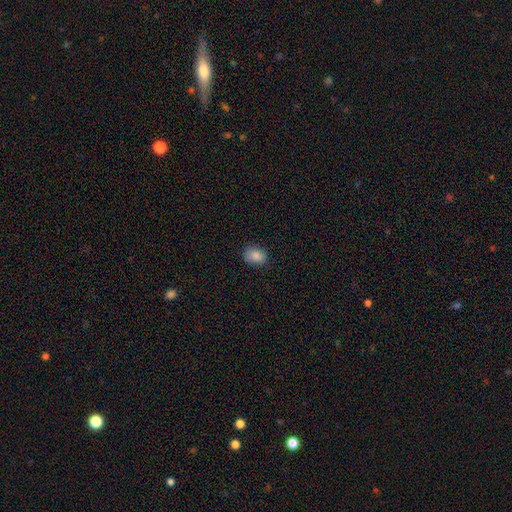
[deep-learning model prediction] smooth 86%, star or artifact 9%, featured or disk 5%. Down the decision tree: how rounded — in between (62%); merging — none (79%).